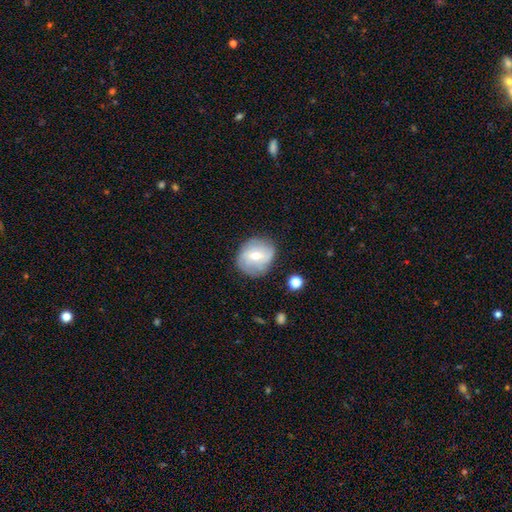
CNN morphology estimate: smooth 48%, featured or disk 43%, star or artifact 9%. Down the decision tree: merging — none (76%).